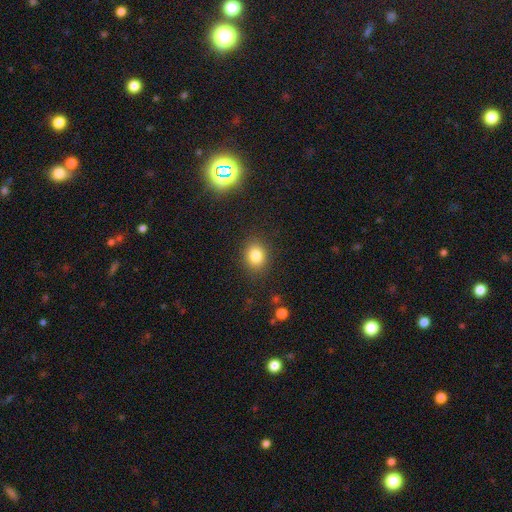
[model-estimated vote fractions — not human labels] Smooth or featured?
  - smooth: 81% *
  - star or artifact: 12%
  - featured or disk: 7%
How rounded?
  - round: 62% *
  - in between: 37%
  - cigar-shaped: 1%
Merging?
  - none: 87% *
  - minor disturbance: 9%
  - major disturbance: 3%
  - merger: 1%